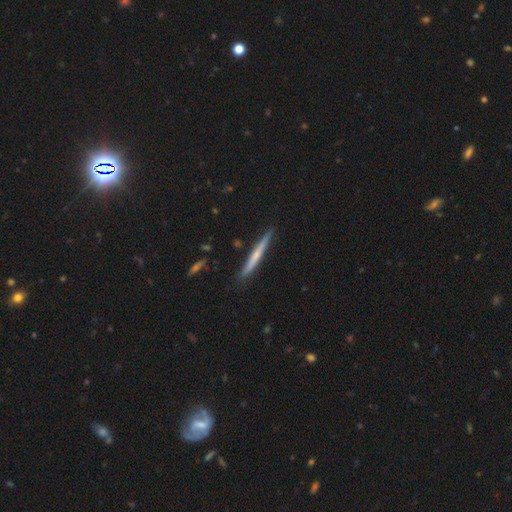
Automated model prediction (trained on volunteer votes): Smooth or featured? smooth (47%, tied with featured or disk)
Merging? none (88%)